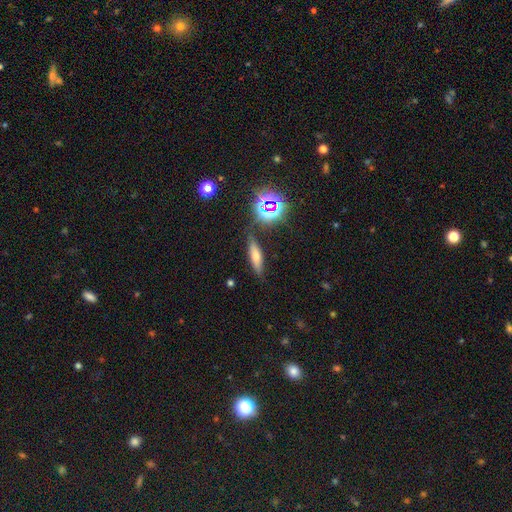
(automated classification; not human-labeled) The model was most divided on "smooth or featured": smooth: 54%, featured or disk: 26%, star or artifact: 21%. More confident: merging — none (81%); how rounded — cigar-shaped (70%).